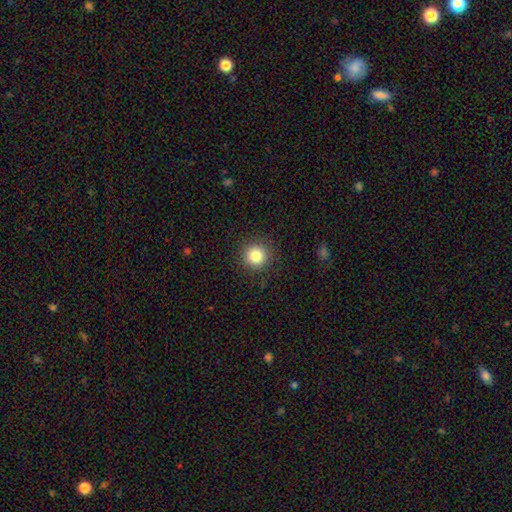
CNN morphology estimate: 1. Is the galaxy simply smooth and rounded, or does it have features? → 83% smooth, 11% star or artifact, 6% featured or disk.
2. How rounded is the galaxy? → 94% round, 5% in between, 1% cigar-shaped.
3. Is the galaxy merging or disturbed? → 90% none, 6% minor disturbance, 2% major disturbance, 1% merger.